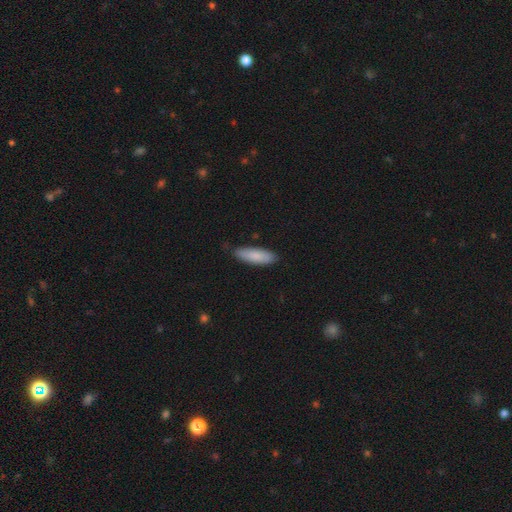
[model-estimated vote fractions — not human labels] Overall: smooth (83%). How rounded: cigar-shaped (53%; in between 46%). Merging: none (82%).